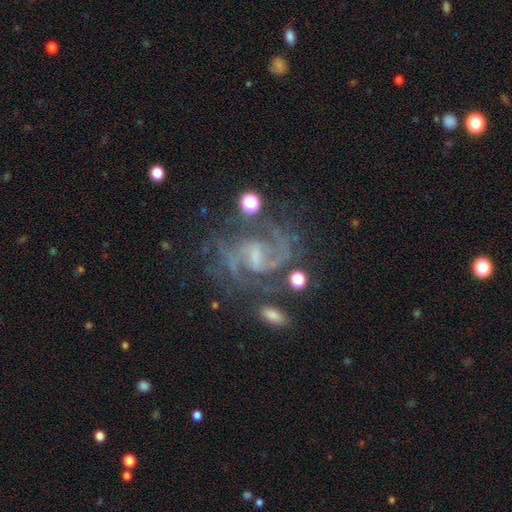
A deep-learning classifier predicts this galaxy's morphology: Smooth or featured?
  - featured or disk: 87% *
  - star or artifact: 8%
  - smooth: 5%
Edge-on disk?
  - no: 98% *
  - yes: 2%
Bar?
  - weak: 56% *
  - strong: 25%
  - no: 20%
Spiral arms?
  - yes: 96% *
  - no: 4%
Spiral winding?
  - medium: 56% *
  - tight: 28%
  - loose: 16%
Spiral arm count?
  - 2: 69% *
  - can't tell: 11%
  - 3: 10%
  - 1: 3%
  - 4: 3%
  - more than 4: 3%
Bulge size?
  - small: 49% *
  - none: 30%
  - moderate: 18%
  - large: 2%
  - dominant: 1%
Merging?
  - none: 61% *
  - minor disturbance: 18%
  - major disturbance: 14%
  - merger: 6%